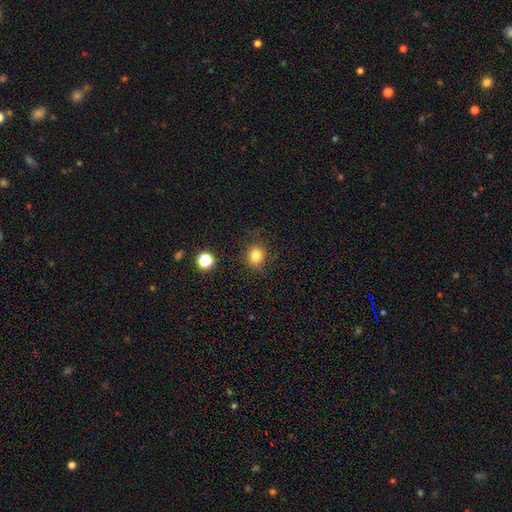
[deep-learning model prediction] smooth_or_featured: smooth (p=0.81) [alt: star or artifact p=0.13]
how_rounded: round (p=0.81) [alt: in between p=0.18]
merging: none (p=0.82) [alt: minor disturbance p=0.11]